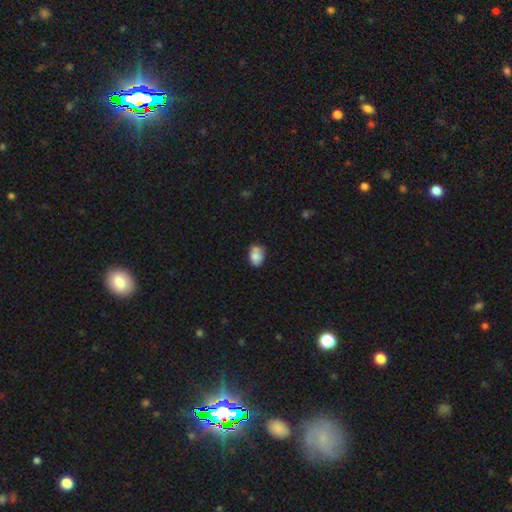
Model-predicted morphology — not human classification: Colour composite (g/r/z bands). It shows a smooth galaxy with no disk features (74%) that is in between round and cigar-shaped (72%). Merging: none (53%).